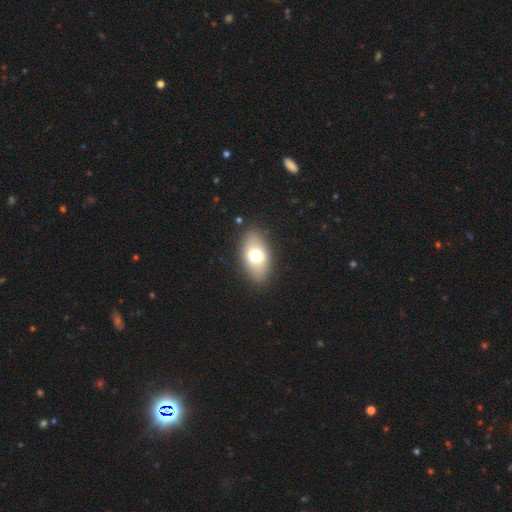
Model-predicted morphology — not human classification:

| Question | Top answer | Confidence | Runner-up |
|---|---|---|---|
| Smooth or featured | smooth | 69% | featured or disk (23%) |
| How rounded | in between | 90% | round (7%) |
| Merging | none | 87% | minor disturbance (9%) |